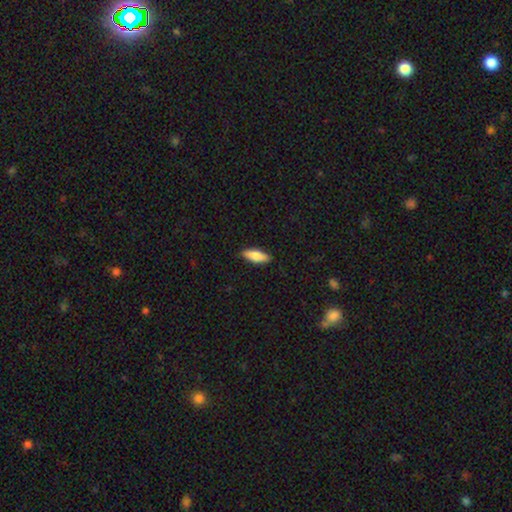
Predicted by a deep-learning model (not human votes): Overall: smooth (80%). How rounded: in between (64%; cigar-shaped 34%). Merging: none (88%).